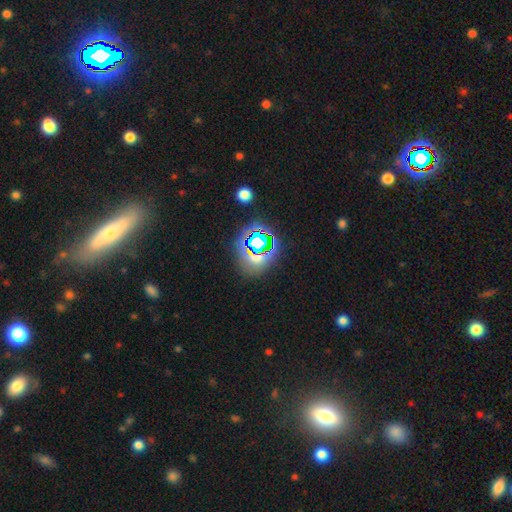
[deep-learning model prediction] The model was most divided on "smooth or featured": star or artifact: 60%, smooth: 27%, featured or disk: 13%.